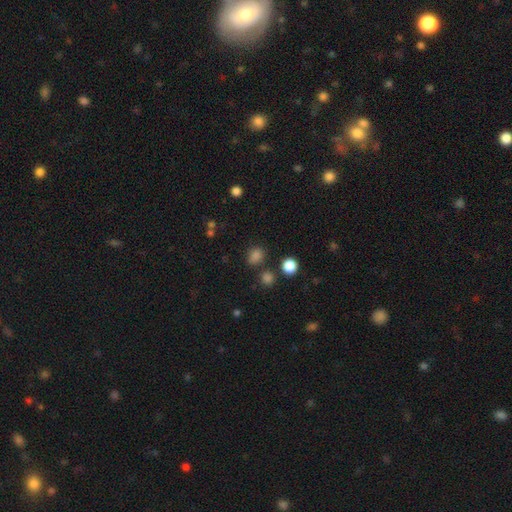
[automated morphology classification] Smooth or featured? Predicted: smooth (p=0.78). How rounded? Predicted: round (p=0.52). Merging? Predicted: none (p=0.75).